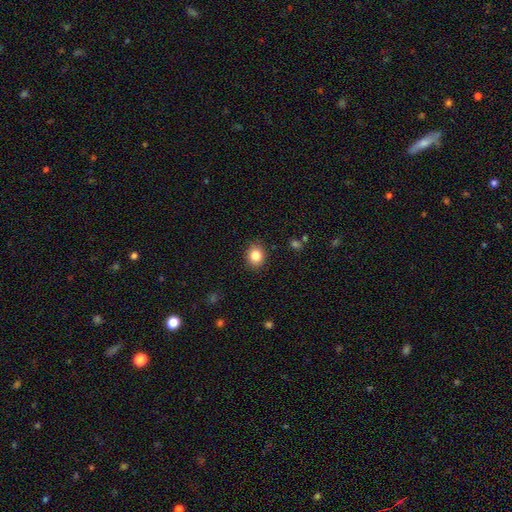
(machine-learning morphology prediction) Smooth or featured: smooth — 84% (star or artifact — 10%)
How rounded: round — 67% (in between — 33%)
Merging: none — 89% (minor disturbance — 8%)